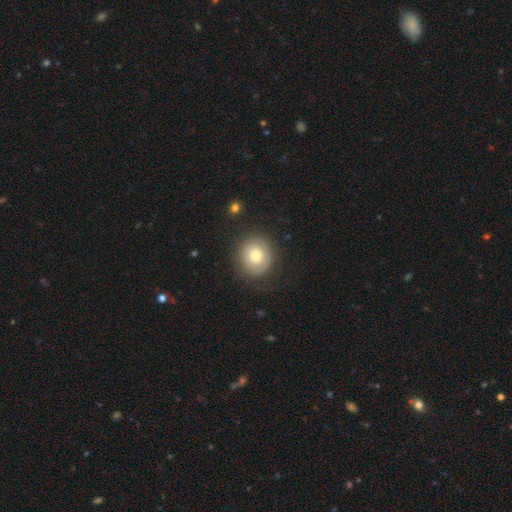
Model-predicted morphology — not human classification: Q: Smooth or featured?
A: smooth (62%); runner-up: featured or disk (30%)
Q: How rounded?
A: round (89%); runner-up: in between (11%)
Q: Merging?
A: none (82%); runner-up: minor disturbance (11%)